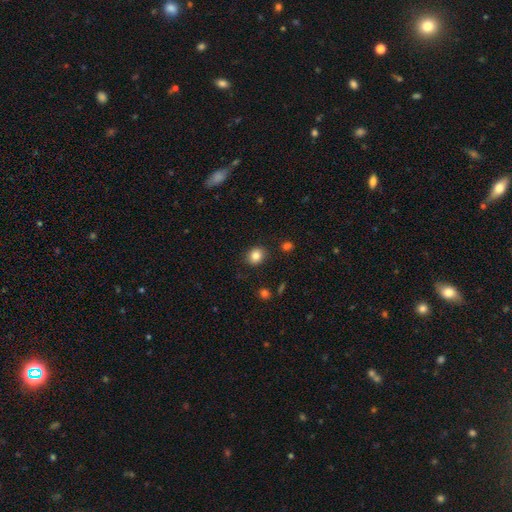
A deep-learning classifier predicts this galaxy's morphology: smooth-or-featured: smooth: 84% | star or artifact: 10% | featured or disk: 6%
  how-rounded: round: 63% | in between: 36% | cigar-shaped: 1%
  merging: none: 87% | minor disturbance: 9% | major disturbance: 2% | merger: 2%